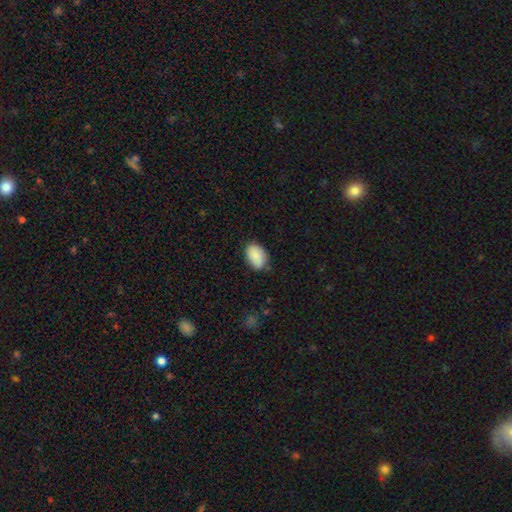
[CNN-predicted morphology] Smooth or featured? smooth (88%)
How rounded? in between (88%)
Merging? none (71%)